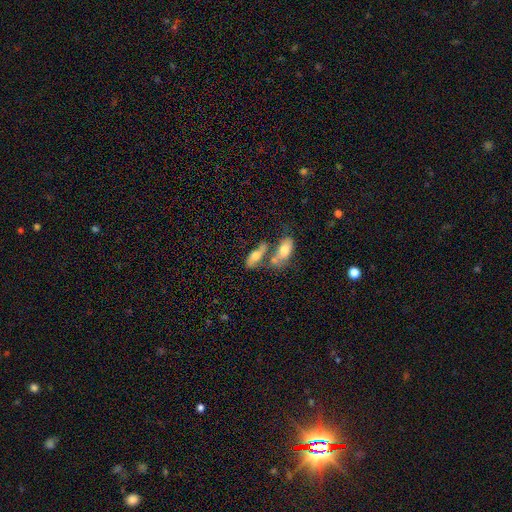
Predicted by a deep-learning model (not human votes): Overall: smooth (61%; featured or disk 31%). How rounded: in between (73%). Merging: merger (49%; none 30%).